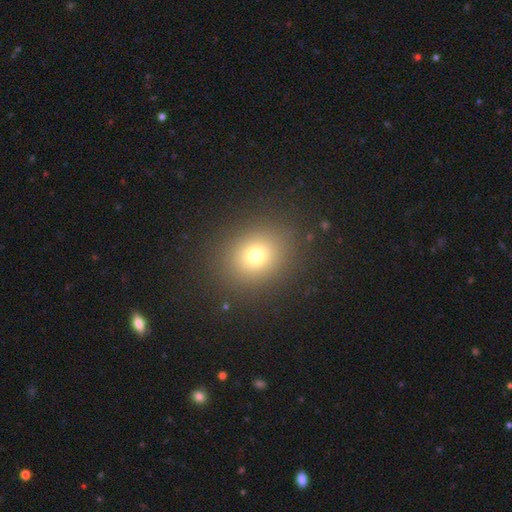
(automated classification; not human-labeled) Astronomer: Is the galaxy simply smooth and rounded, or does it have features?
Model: smooth — 73%.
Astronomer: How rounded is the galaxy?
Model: round — 67%.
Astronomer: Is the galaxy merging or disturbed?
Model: none — 88%.